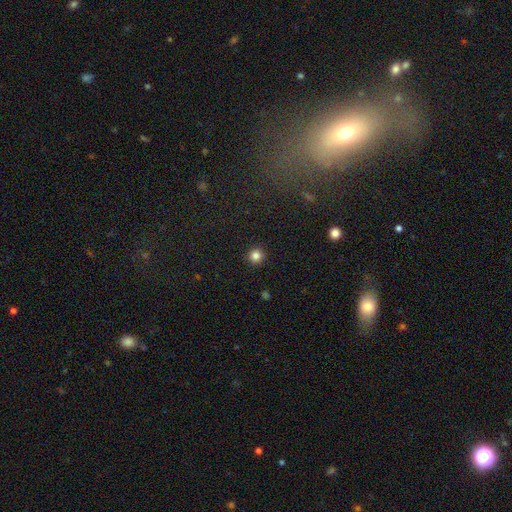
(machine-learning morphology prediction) The model was most divided on "smooth or featured": smooth: 84%, star or artifact: 12%, featured or disk: 4%. More confident: how rounded — round (95%); merging — none (92%).